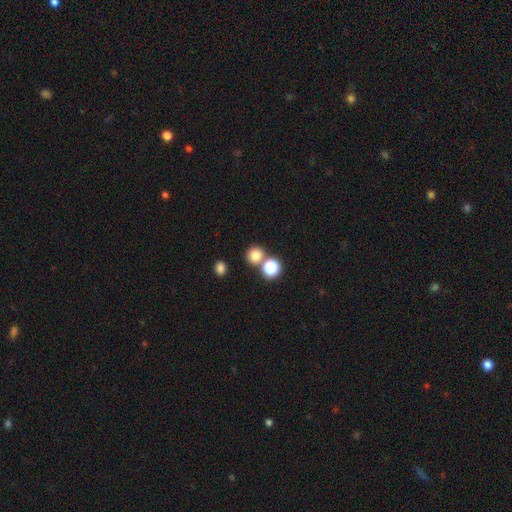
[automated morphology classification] The model was most divided on "merging": none: 67%, merger: 23%, minor disturbance: 7%, major disturbance: 3%. More confident: how rounded — round (89%); smooth or featured — smooth (79%).